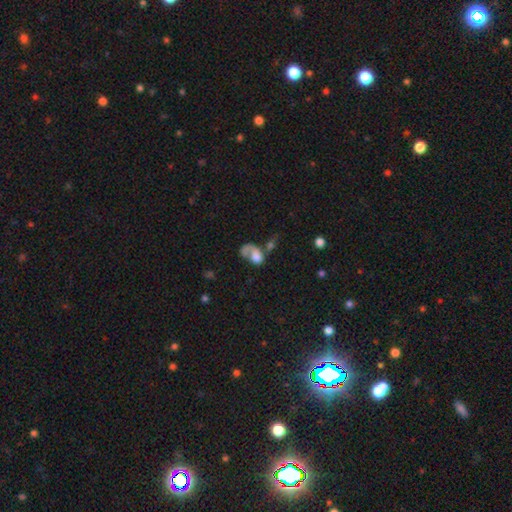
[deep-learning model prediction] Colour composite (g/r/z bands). It shows a smooth galaxy with no disk features (48%). Merging: major disturbance (38%).